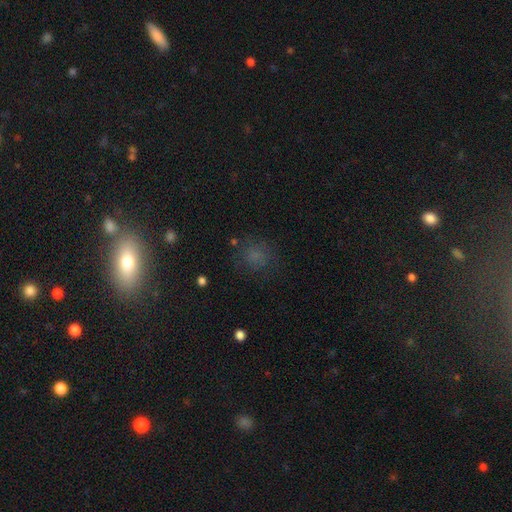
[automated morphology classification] Q: Smooth or featured?
A: smooth (66%); runner-up: star or artifact (23%)
Q: How rounded?
A: round (80%); runner-up: in between (19%)
Q: Merging?
A: none (73%); runner-up: minor disturbance (16%)